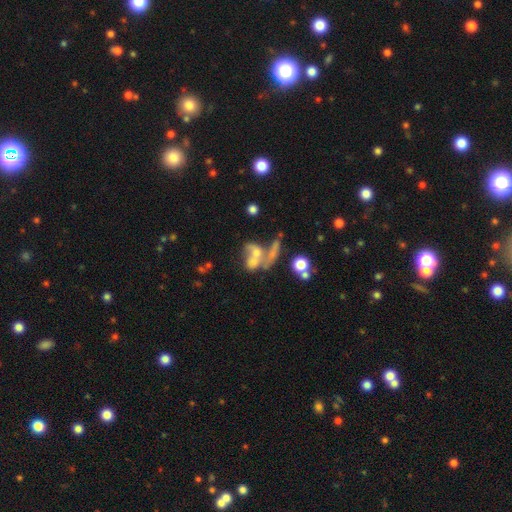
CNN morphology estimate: Smooth or featured?
  - featured or disk: 46% *
  - smooth: 39%
  - star or artifact: 15%
Merging?
  - merger: 56% *
  - major disturbance: 19%
  - none: 16%
  - minor disturbance: 9%